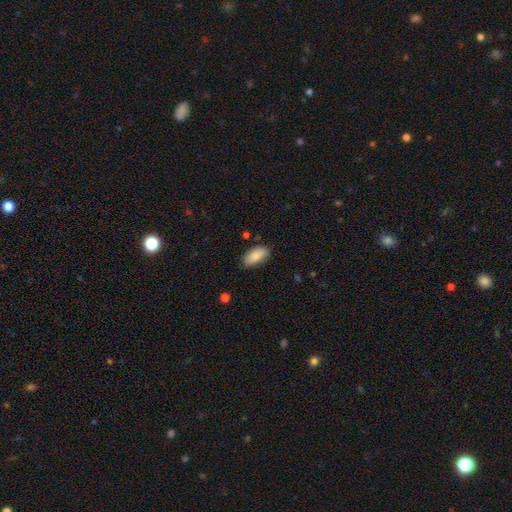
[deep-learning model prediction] The model was most divided on "merging": none: 82%, minor disturbance: 14%, major disturbance: 3%, merger: 2%. More confident: how rounded — in between (90%); smooth or featured — smooth (86%).